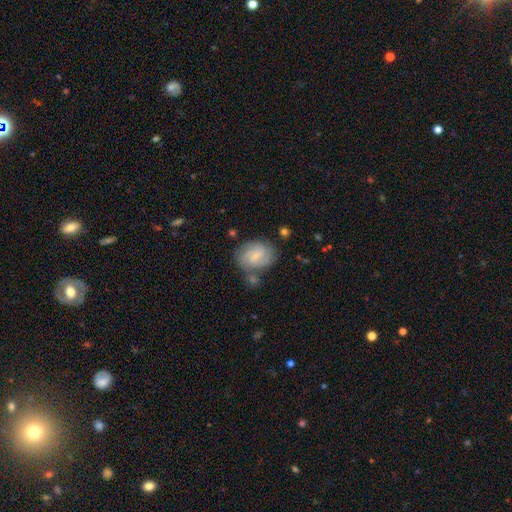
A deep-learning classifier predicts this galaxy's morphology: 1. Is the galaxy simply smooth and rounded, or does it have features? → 59% featured or disk, 33% smooth, 8% star or artifact.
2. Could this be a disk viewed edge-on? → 97% no, 3% yes.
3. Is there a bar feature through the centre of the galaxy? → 57% weak, 29% no, 14% strong.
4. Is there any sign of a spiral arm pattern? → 86% yes, 14% no.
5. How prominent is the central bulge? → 68% small, 19% moderate, 11% none, 1% large, 1% dominant.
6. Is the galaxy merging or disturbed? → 64% none, 19% minor disturbance, 10% merger, 7% major disturbance.